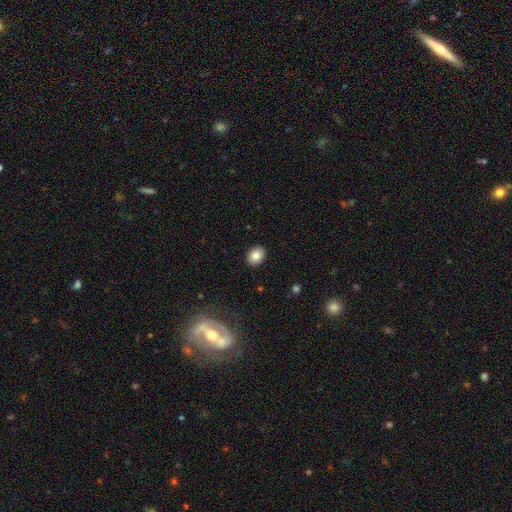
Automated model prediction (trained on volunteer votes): Smooth or featured?
  - smooth: 84% *
  - star or artifact: 9%
  - featured or disk: 8%
How rounded?
  - in between: 55% *
  - round: 44%
  - cigar-shaped: 1%
Merging?
  - none: 91% *
  - minor disturbance: 7%
  - major disturbance: 2%
  - merger: 1%